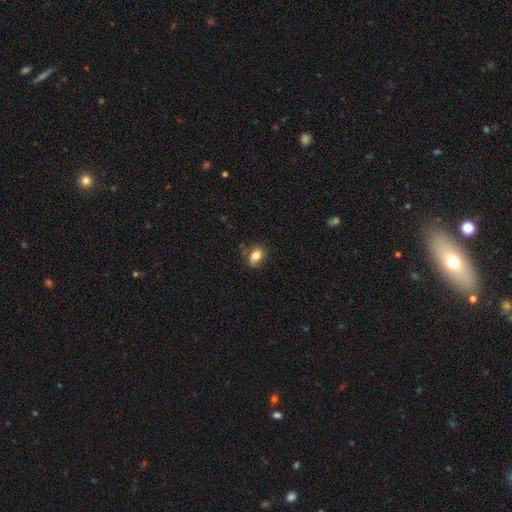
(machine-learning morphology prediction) This is likely a smooth galaxy (80%). How rounded: clearly in between (82%). Merging: likely none (67%).